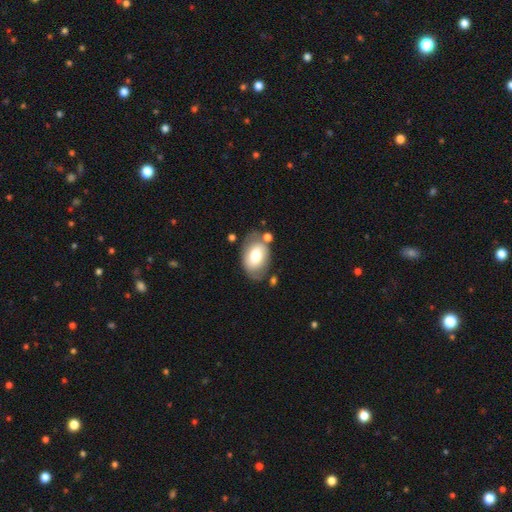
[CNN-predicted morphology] The model was most divided on "smooth or featured": smooth: 65%, featured or disk: 28%, star or artifact: 7%. More confident: how rounded — in between (84%); merging — none (64%).